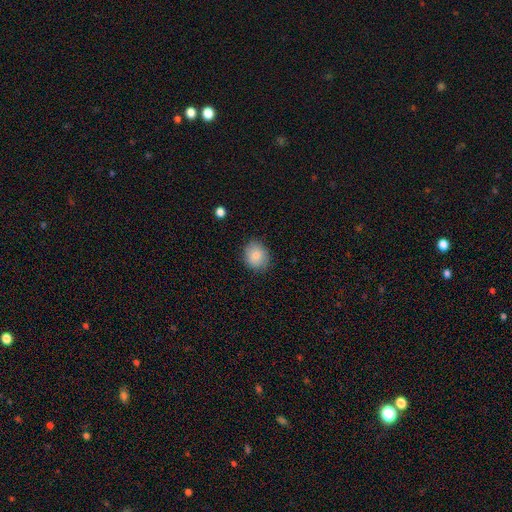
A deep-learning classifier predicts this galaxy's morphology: Overall: smooth (83%). How rounded: round (69%; in between 30%). Merging: none (82%).